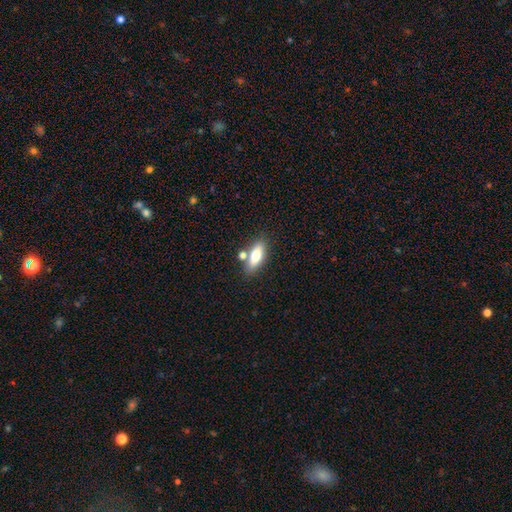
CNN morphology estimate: A smooth galaxy with no disk features (72%) that is in between round and cigar-shaped (73%). Merging: none (69%).